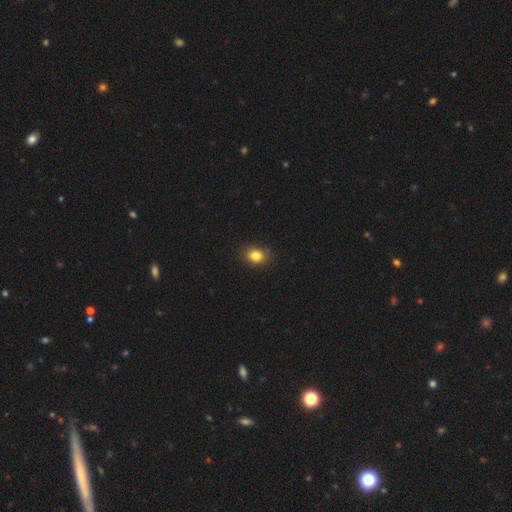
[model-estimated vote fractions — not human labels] A smooth galaxy with no disk features (84%) that is round (54%). Merging: none (86%).